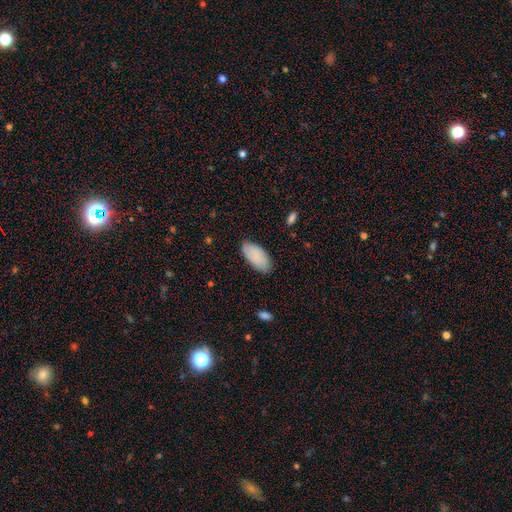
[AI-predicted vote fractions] smooth-or-featured: smooth: 85% | featured or disk: 9% | star or artifact: 6%
  how-rounded: in between: 93% | cigar-shaped: 5% | round: 2%
  merging: none: 81% | minor disturbance: 15% | major disturbance: 3% | merger: 1%